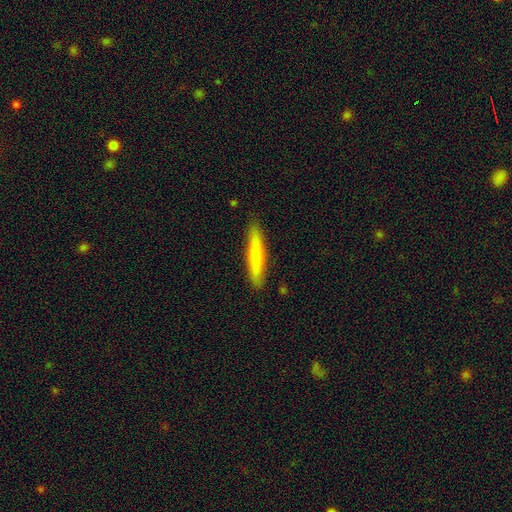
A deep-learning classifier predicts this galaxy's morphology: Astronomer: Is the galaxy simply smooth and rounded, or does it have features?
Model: smooth — 65%.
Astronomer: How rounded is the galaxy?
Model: cigar-shaped — 90%.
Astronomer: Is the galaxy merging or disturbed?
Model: none — 88%.